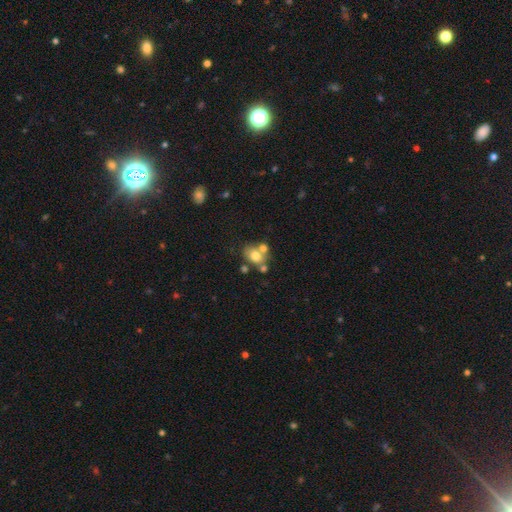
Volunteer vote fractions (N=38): A smooth galaxy with no disk features (71%) that is round (56%). Merging: none (60%).